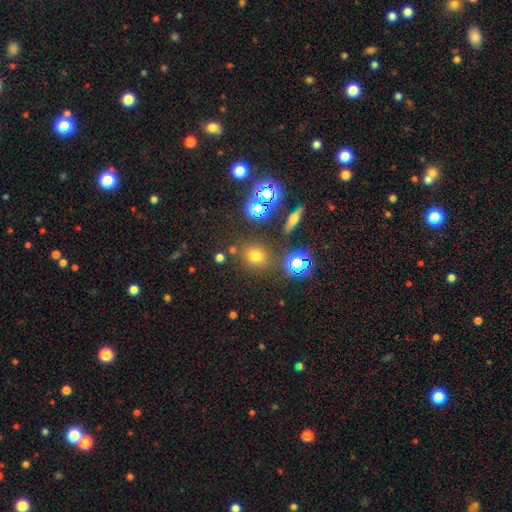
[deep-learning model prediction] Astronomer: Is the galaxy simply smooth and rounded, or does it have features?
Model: smooth — 61%.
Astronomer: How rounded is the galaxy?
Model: round — 76%.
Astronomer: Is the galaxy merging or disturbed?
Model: none — 81%.